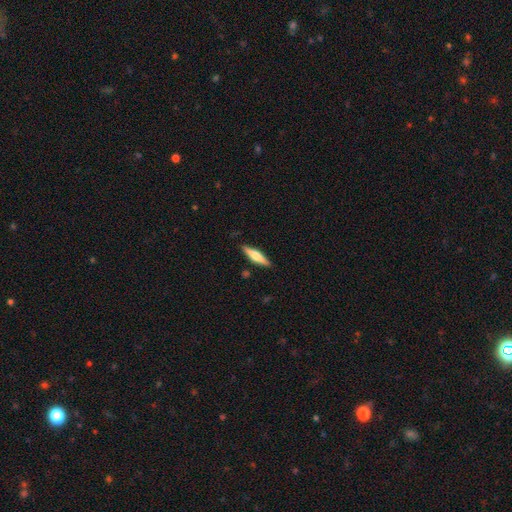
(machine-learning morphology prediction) This is possibly a smooth galaxy (48%). Merging: clearly none (87%).